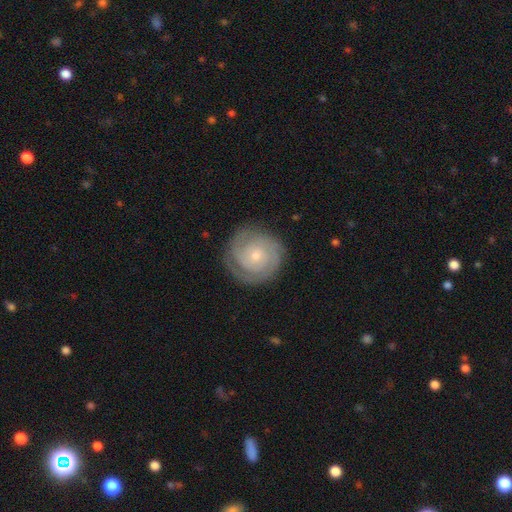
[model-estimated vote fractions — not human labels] Q: Smooth or featured?
A: featured or disk (78%); runner-up: smooth (16%)
Q: Edge-on disk?
A: no (98%); runner-up: yes (2%)
Q: Bar?
A: no (78%); runner-up: weak (19%)
Q: Spiral arms?
A: yes (95%); runner-up: no (5%)
Q: Spiral winding?
A: tight (79%); runner-up: medium (17%)
Q: Spiral arm count?
A: 2 (30%); runner-up: can't tell (28%)
Q: Bulge size?
A: small (64%); runner-up: moderate (32%)
Q: Merging?
A: none (83%); runner-up: minor disturbance (12%)